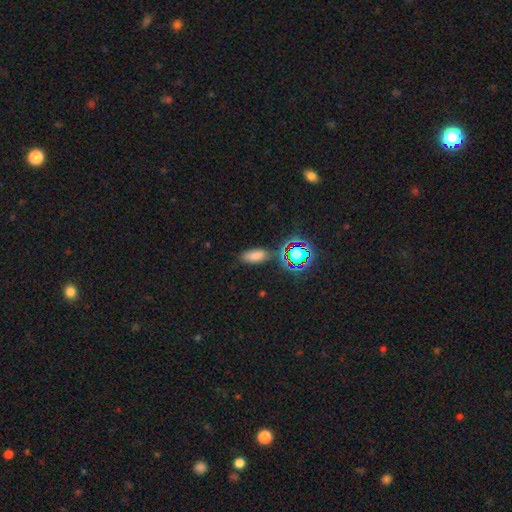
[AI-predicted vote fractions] smooth_or_featured: smooth (p=0.72) [alt: star or artifact p=0.20]
how_rounded: in between (p=0.84) [alt: cigar-shaped p=0.12]
merging: none (p=0.75) [alt: minor disturbance p=0.14]